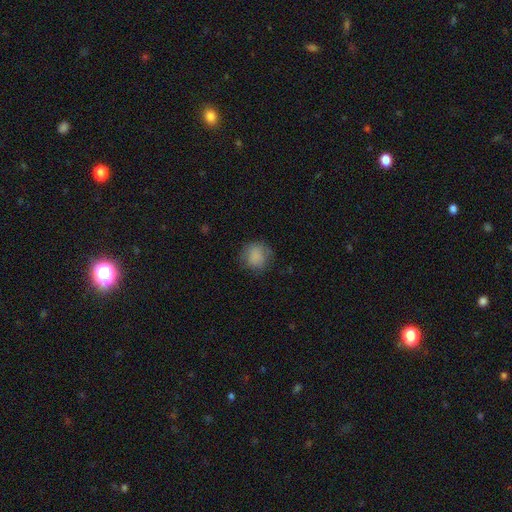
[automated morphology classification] The model was most divided on "merging": none: 70%, minor disturbance: 20%, major disturbance: 9%, merger: 1%. More confident: how rounded — round (85%); smooth or featured — smooth (82%).